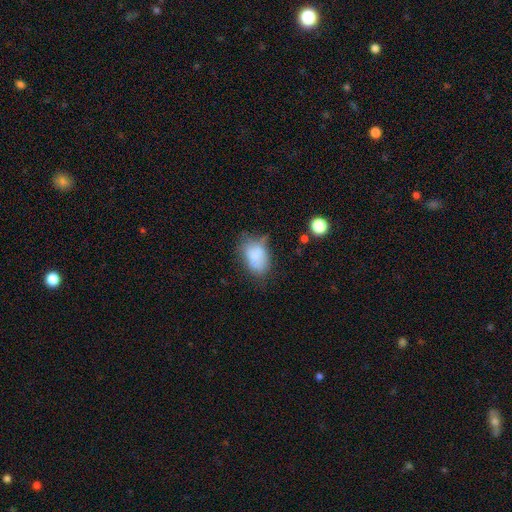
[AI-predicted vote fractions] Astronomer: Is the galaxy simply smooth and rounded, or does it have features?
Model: smooth — 75%.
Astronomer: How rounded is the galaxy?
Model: in between — 84%.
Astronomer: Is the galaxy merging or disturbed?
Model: none — 41% (runner-up: minor disturbance, 33%).